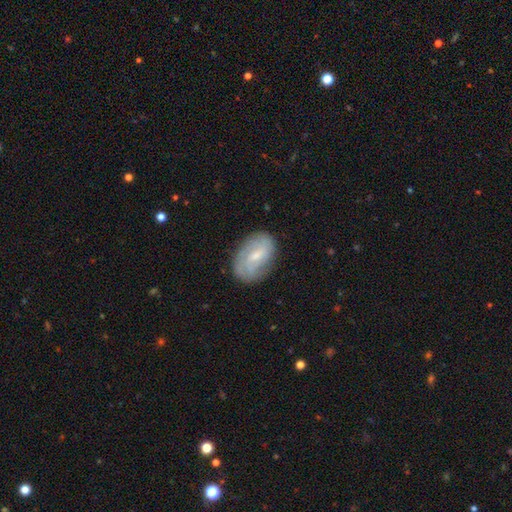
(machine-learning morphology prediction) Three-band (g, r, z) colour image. It shows a featured or disk galaxy (58%) with a weak bar (54%), spiral arms (79%) and a small central bulge (54%). Merging: none (76%).